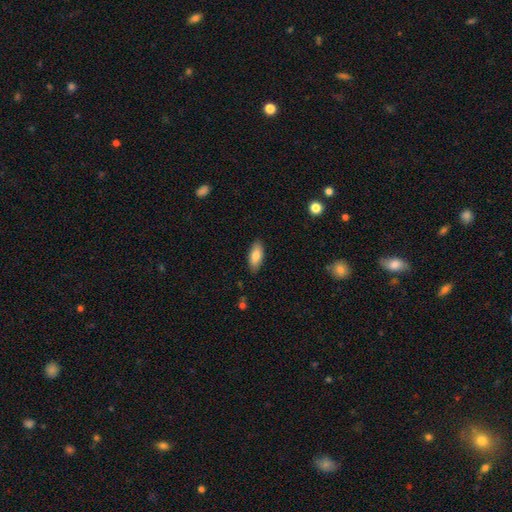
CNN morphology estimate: Smooth or featured: smooth — 82% (featured or disk — 11%)
How rounded: in between — 85% (cigar-shaped — 13%)
Merging: none — 88% (minor disturbance — 9%)